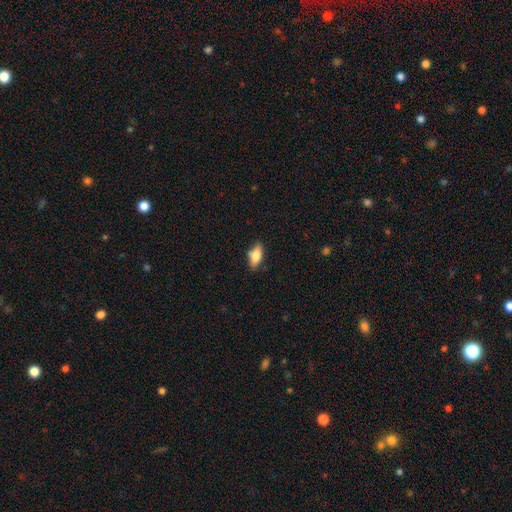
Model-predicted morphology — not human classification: Overall: smooth (71%). How rounded: in between (79%). Merging: none (77%).